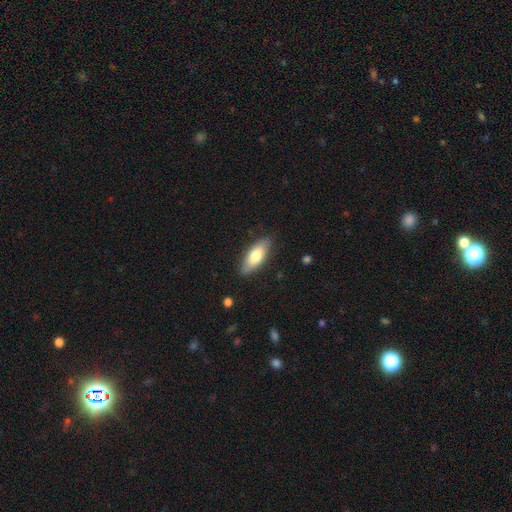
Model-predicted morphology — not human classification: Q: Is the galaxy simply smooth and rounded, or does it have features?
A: smooth — 72%.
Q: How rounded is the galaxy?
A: in between — 76%.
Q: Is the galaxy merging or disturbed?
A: none — 86%.